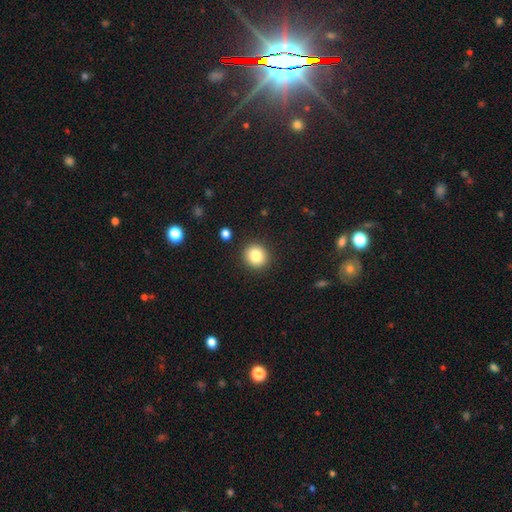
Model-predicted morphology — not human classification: Q: Smooth or featured?
A: smooth (84%); runner-up: star or artifact (10%)
Q: How rounded?
A: round (90%); runner-up: in between (9%)
Q: Merging?
A: none (91%); runner-up: minor disturbance (6%)